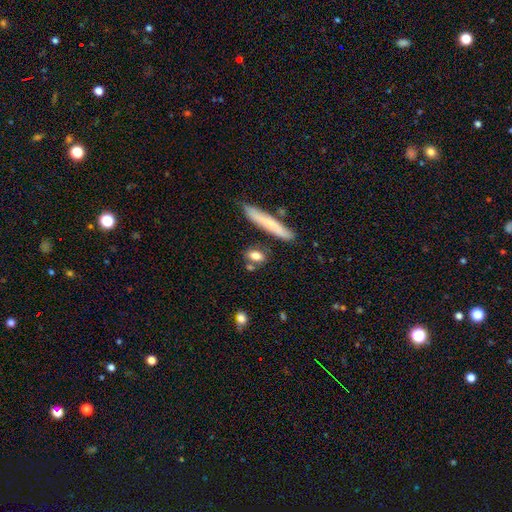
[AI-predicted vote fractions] Morphology: type=smooth (77%); roundness=in between (58%); merging=none (71%).